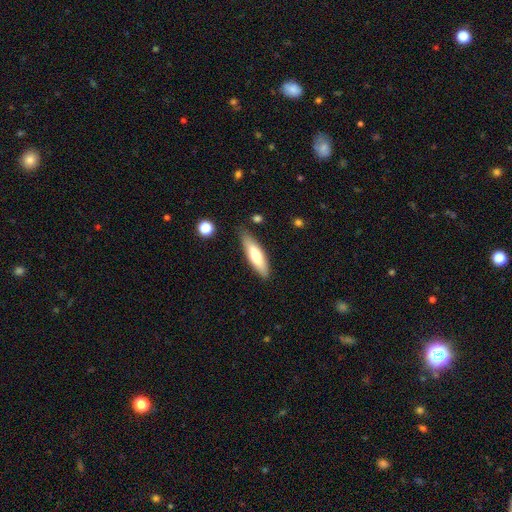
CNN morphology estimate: Overall: smooth (68%). How rounded: cigar-shaped (60%; in between 38%). Merging: none (83%).